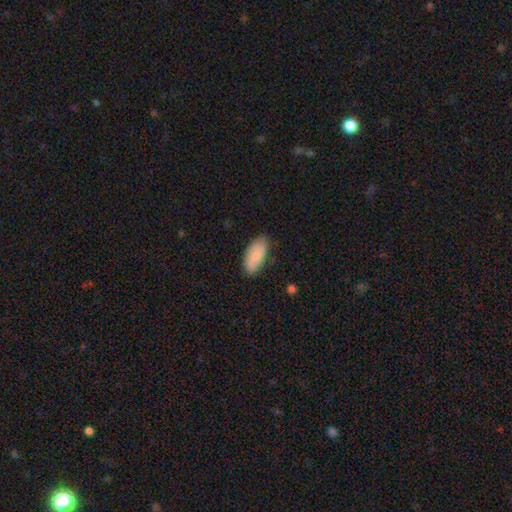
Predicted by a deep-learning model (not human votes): This is likely a smooth galaxy (77%). How rounded: clearly in between (91%). Merging: likely none (77%).